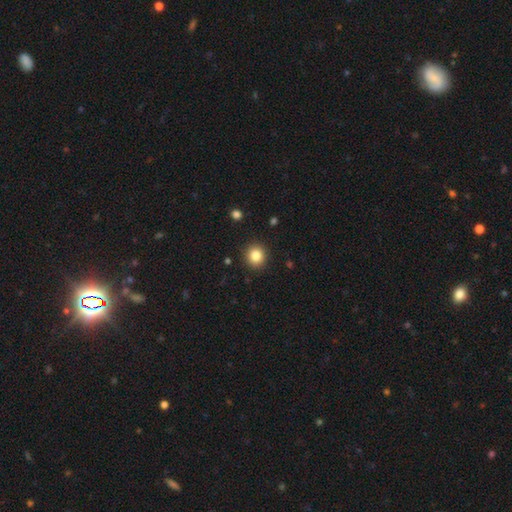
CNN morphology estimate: Smooth or featured? smooth (84%)
How rounded? round (89%)
Merging? none (91%)